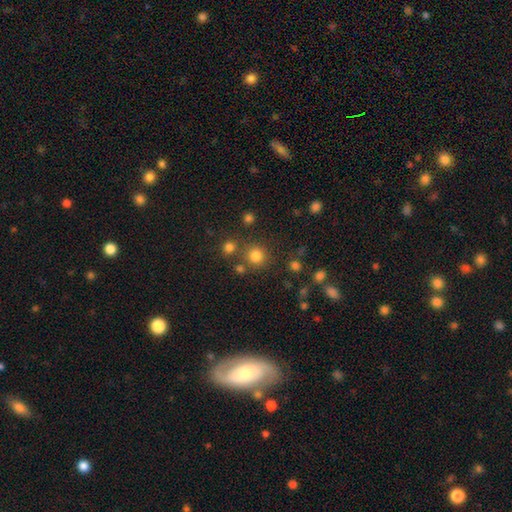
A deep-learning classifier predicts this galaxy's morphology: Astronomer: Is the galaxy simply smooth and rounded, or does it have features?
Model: smooth — 79%.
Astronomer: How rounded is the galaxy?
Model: round — 93%.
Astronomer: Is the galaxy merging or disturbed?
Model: none — 78%.